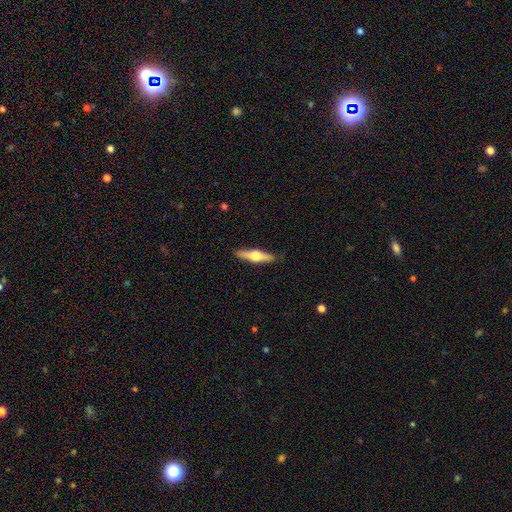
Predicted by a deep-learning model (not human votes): featured or disk 63%, smooth 31%, star or artifact 5%. Down the decision tree: edge-on disk — yes (96%); edge-on bulge — rounded (95%); merging — none (89%).